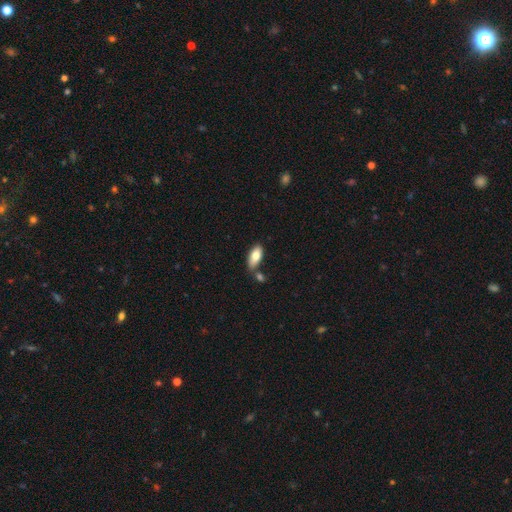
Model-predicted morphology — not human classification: Smooth or featured? smooth (77%)
How rounded? in between (89%)
Merging? none (66%)